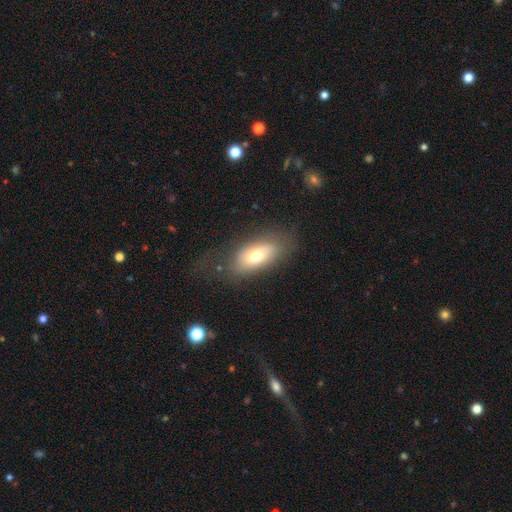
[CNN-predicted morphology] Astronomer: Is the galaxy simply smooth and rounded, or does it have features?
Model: smooth — 70%.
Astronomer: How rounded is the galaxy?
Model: in between — 87%.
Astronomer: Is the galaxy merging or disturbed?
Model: none — 63%.